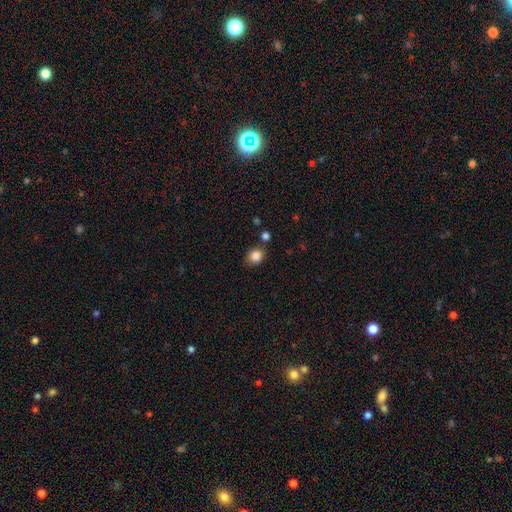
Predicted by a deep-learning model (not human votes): Smooth or featured? smooth (85%)
How rounded? round (70%)
Merging? none (75%)